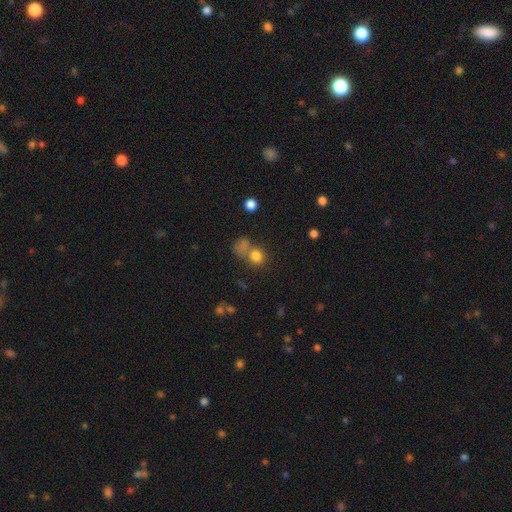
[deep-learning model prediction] Q: Smooth or featured?
A: smooth (78%); runner-up: star or artifact (14%)
Q: How rounded?
A: round (78%); runner-up: in between (21%)
Q: Merging?
A: none (53%); runner-up: merger (32%)